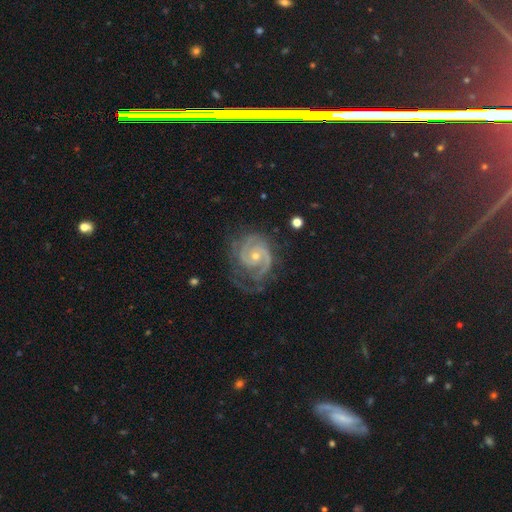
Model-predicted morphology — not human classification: Smooth or featured? featured or disk (90%)
Edge-on disk? no (98%)
Bar? no (64%)
Spiral arms? yes (98%)
Spiral winding? tight (56%)
Spiral arm count? 2 (73%)
Bulge size? small (62%)
Merging? none (66%)